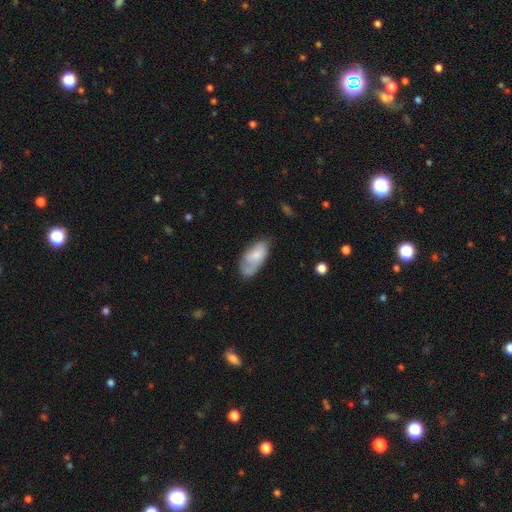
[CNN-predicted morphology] Overall: smooth (63%; featured or disk 31%). How rounded: in between (92%). Merging: none (52%; minor disturbance 31%).